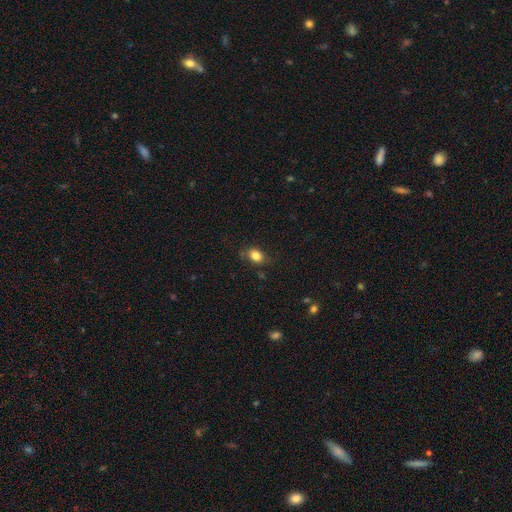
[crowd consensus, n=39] Smooth or featured? 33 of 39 (85%) said smooth. How rounded? 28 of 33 (85%) said in between. Merging? 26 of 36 (72%) said none.